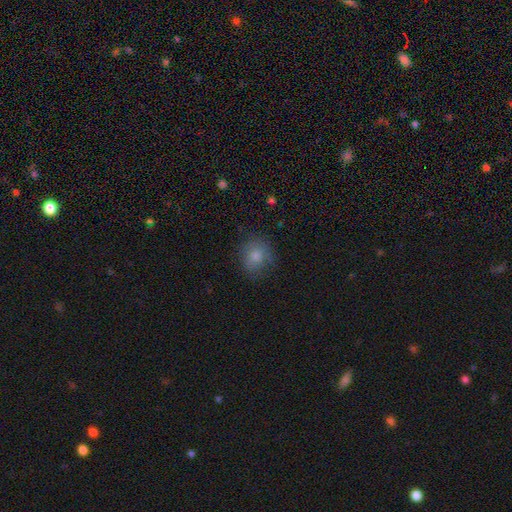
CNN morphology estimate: Smooth or featured? Predicted: smooth (p=0.79). How rounded? Predicted: round (p=0.70). Merging? Predicted: none (p=0.71).